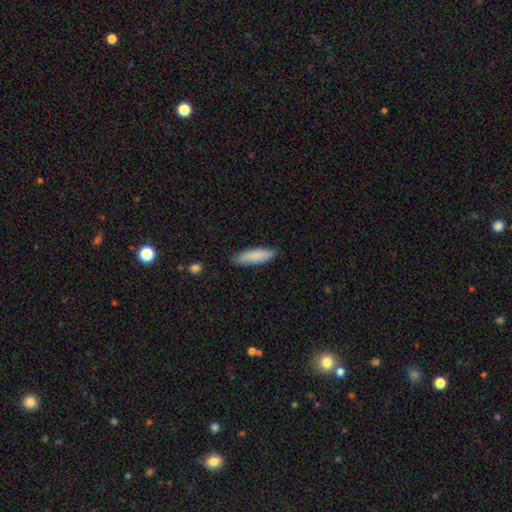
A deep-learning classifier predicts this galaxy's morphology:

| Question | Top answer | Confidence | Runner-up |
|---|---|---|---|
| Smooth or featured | smooth | 85% | featured or disk (9%) |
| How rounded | cigar-shaped | 54% | in between (44%) |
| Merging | none | 85% | minor disturbance (12%) |